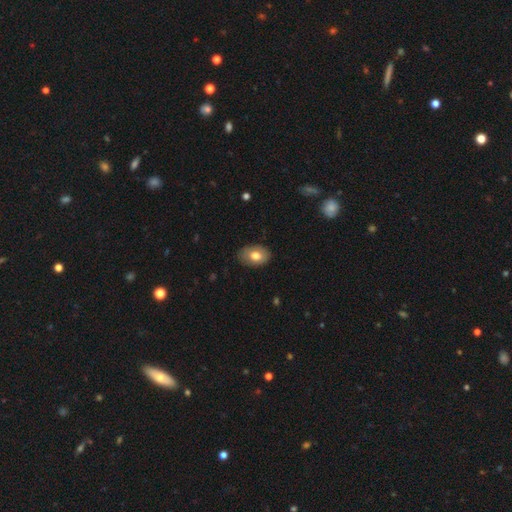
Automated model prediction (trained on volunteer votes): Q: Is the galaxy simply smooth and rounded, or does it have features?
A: smooth — 75%.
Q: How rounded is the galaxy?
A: in between — 85%.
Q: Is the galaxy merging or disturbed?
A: none — 82%.